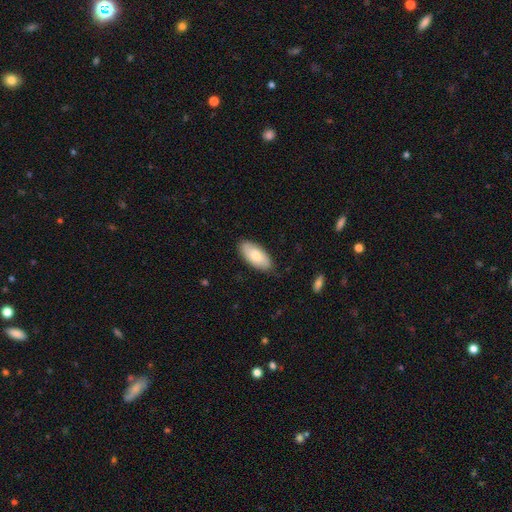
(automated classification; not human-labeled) smooth 73%, featured or disk 21%, star or artifact 6%. Down the decision tree: how rounded — in between (93%); merging — none (81%).